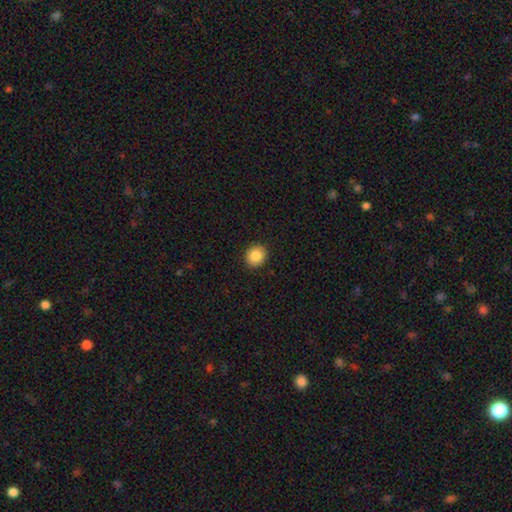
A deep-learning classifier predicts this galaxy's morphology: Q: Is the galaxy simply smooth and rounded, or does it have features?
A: smooth — 86%.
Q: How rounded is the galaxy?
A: round — 75%.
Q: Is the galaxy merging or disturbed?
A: none — 92%.